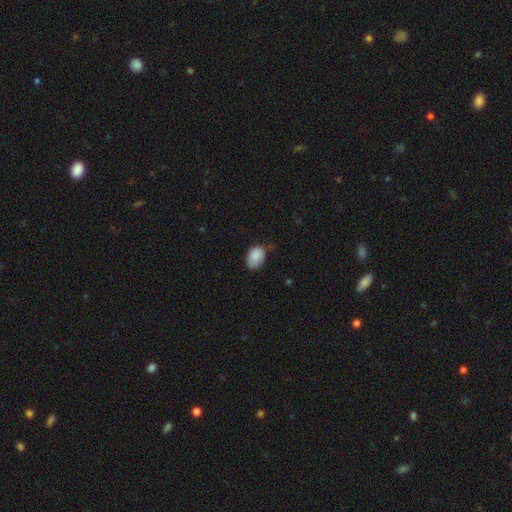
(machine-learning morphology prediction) Q: Smooth or featured?
A: smooth (85%); runner-up: featured or disk (8%)
Q: How rounded?
A: in between (83%); runner-up: round (16%)
Q: Merging?
A: none (57%); runner-up: minor disturbance (34%)